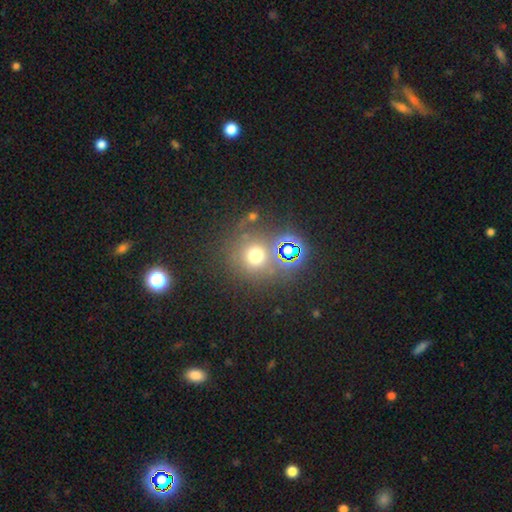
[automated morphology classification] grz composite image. It shows a smooth galaxy with no disk features (62%) that is round (91%). Merging: none (72%).